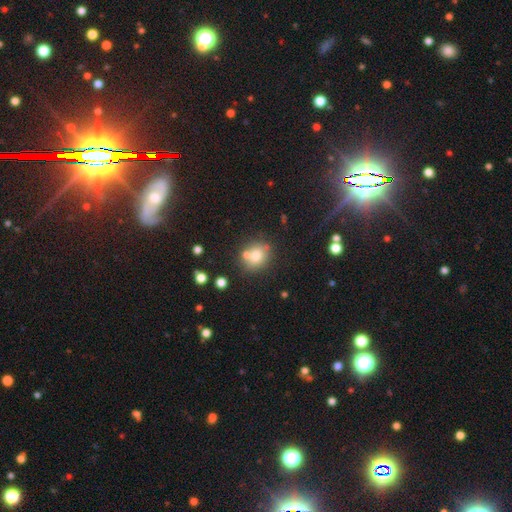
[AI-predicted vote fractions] This is likely a smooth galaxy (74%). How rounded: likely round (73%). Merging: likely none (65%).